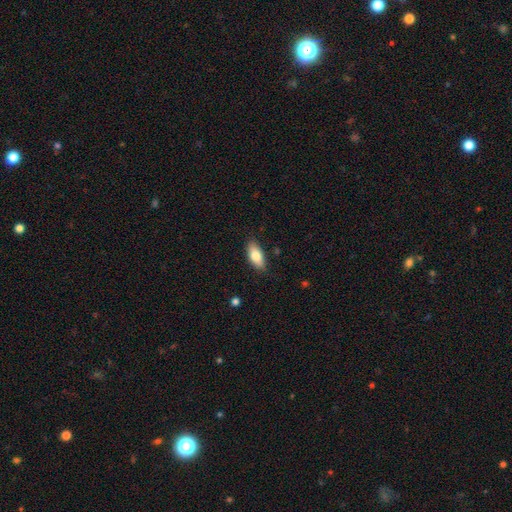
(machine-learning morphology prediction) This appears to be a smooth galaxy with no disk features (79%) that is in between round and cigar-shaped (85%). Merging: none (85%).